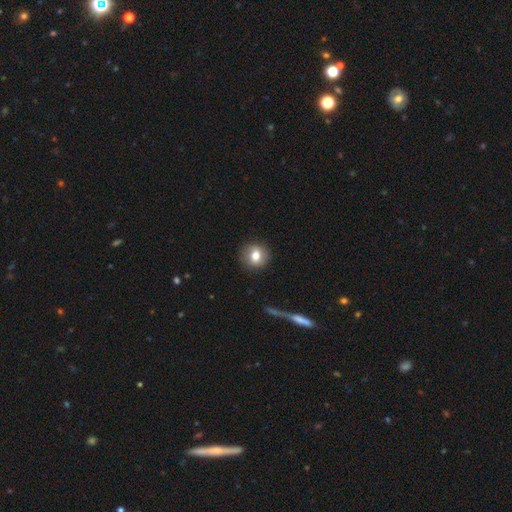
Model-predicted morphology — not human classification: smooth_or_featured: smooth (p=0.74) [alt: featured or disk p=0.17]
how_rounded: round (p=0.88) [alt: in between p=0.11]
merging: none (p=0.89) [alt: minor disturbance p=0.08]